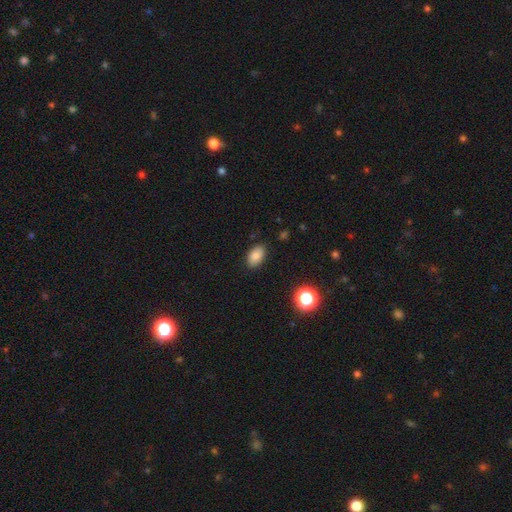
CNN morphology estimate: Smooth or featured?
  - smooth: 84% *
  - star or artifact: 10%
  - featured or disk: 6%
How rounded?
  - in between: 89% *
  - round: 9%
  - cigar-shaped: 1%
Merging?
  - none: 86% *
  - minor disturbance: 10%
  - major disturbance: 3%
  - merger: 1%